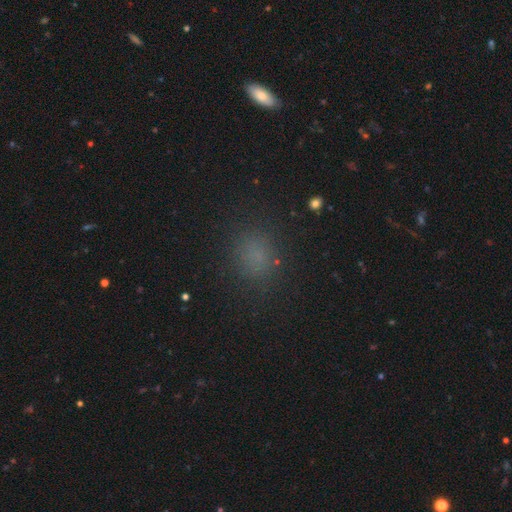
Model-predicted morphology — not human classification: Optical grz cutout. It shows a smooth galaxy with no disk features (74%) that is round (65%). Merging: none (85%).